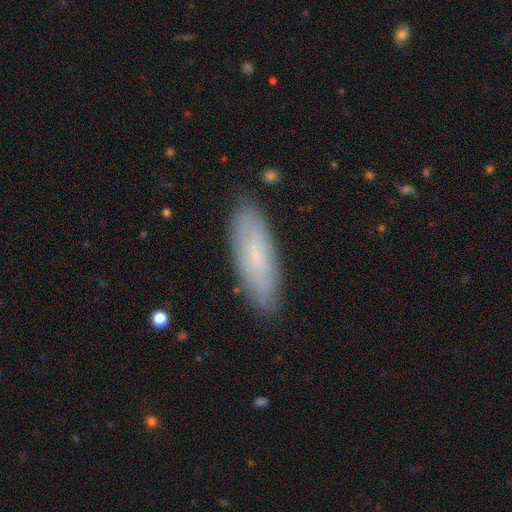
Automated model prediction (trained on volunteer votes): Smooth or featured? smooth (54%)
How rounded? in between (55%)
Merging? none (84%)